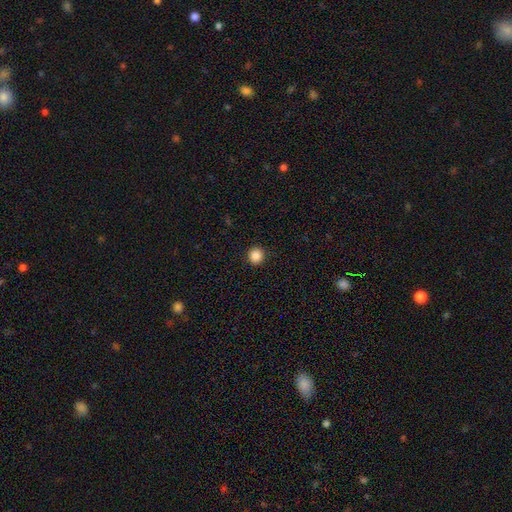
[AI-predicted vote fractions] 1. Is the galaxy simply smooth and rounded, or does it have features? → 87% smooth, 10% star or artifact, 3% featured or disk.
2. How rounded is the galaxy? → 93% round, 7% in between, 1% cigar-shaped.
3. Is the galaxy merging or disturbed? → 93% none, 5% minor disturbance, 2% major disturbance, 1% merger.